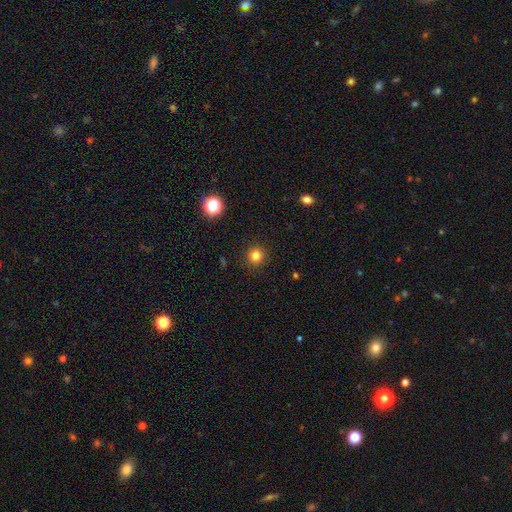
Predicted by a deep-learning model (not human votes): smooth-or-featured: smooth: 81% | star or artifact: 13% | featured or disk: 5%
  how-rounded: round: 94% | in between: 5% | cigar-shaped: 1%
  merging: none: 92% | minor disturbance: 5% | major disturbance: 2% | merger: 1%